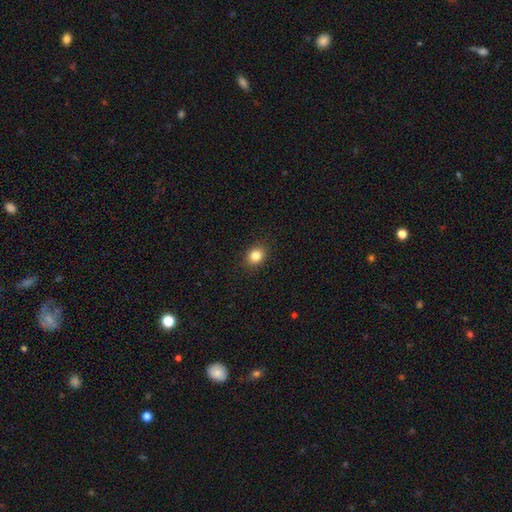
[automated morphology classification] smooth-or-featured: smooth: 83% | star or artifact: 11% | featured or disk: 6%
  how-rounded: round: 60% | in between: 39% | cigar-shaped: 1%
  merging: none: 90% | minor disturbance: 7% | major disturbance: 2% | merger: 1%